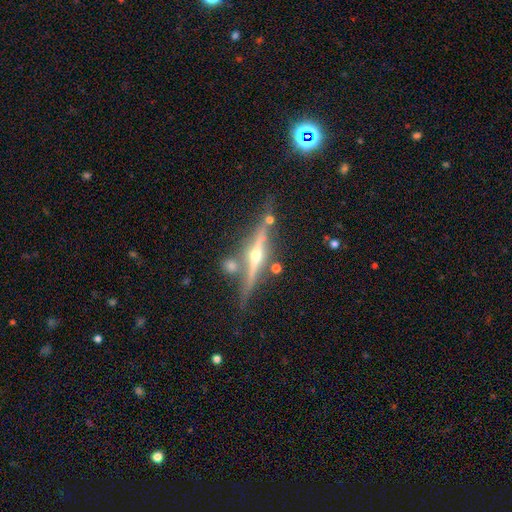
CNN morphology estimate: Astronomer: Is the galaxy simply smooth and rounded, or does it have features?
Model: featured or disk — 85%.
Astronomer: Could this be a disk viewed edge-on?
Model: yes — 98%.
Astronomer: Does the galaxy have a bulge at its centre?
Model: rounded — 92%.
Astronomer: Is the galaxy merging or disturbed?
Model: none — 80%.